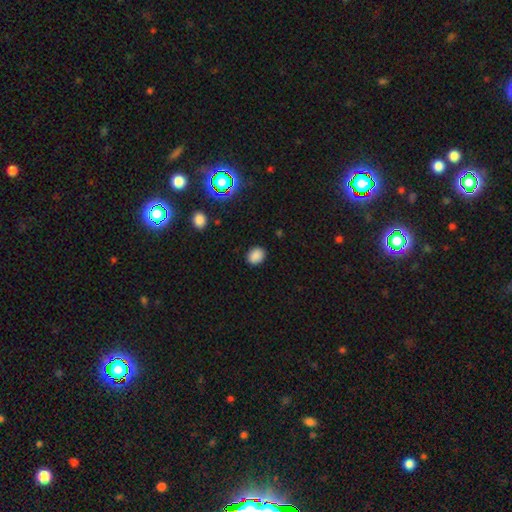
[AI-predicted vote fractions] smooth-or-featured: smooth: 87% | star or artifact: 11% | featured or disk: 3%
  how-rounded: in between: 50% | round: 49% | cigar-shaped: 1%
  merging: none: 89% | minor disturbance: 8% | major disturbance: 2% | merger: 1%